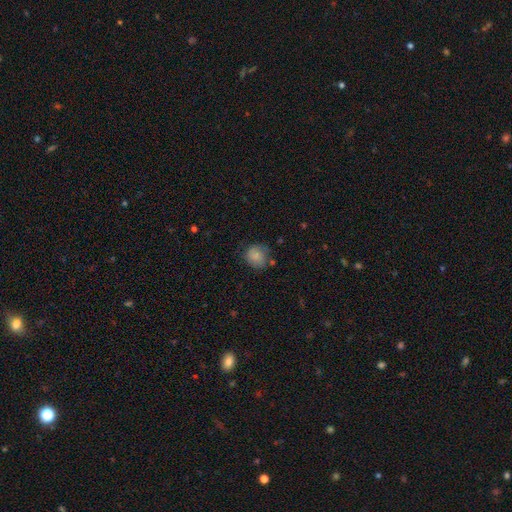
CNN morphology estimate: smooth 79%, featured or disk 12%, star or artifact 9%. Down the decision tree: how rounded — round (80%); merging — none (65%).